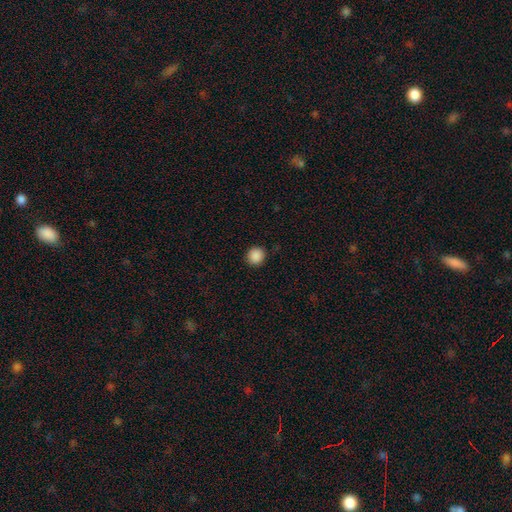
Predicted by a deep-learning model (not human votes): The model was most divided on "smooth or featured": smooth: 88%, star or artifact: 9%, featured or disk: 2%. More confident: merging — none (91%); how rounded — round (89%).